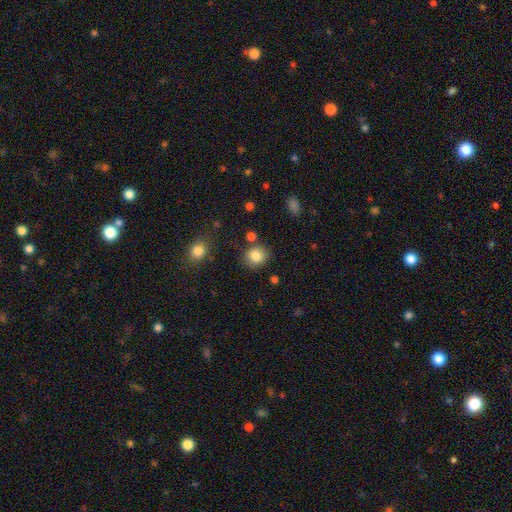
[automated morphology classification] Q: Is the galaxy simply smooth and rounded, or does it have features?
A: smooth — 84%.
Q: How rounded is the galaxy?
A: round — 78%.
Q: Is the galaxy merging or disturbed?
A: none — 80%.